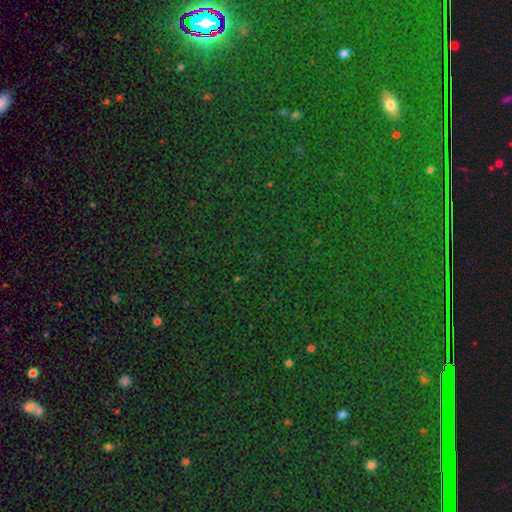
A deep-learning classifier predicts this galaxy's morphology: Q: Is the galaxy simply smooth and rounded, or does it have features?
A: star or artifact — 84%.